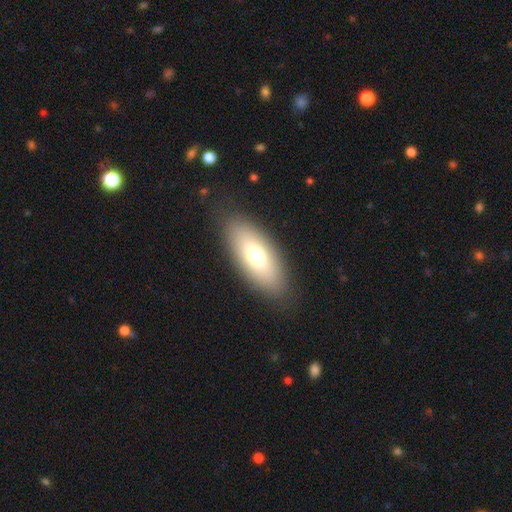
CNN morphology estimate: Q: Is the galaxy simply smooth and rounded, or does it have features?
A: smooth — 69%.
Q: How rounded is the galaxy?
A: in between — 81%.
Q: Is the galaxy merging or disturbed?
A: none — 86%.